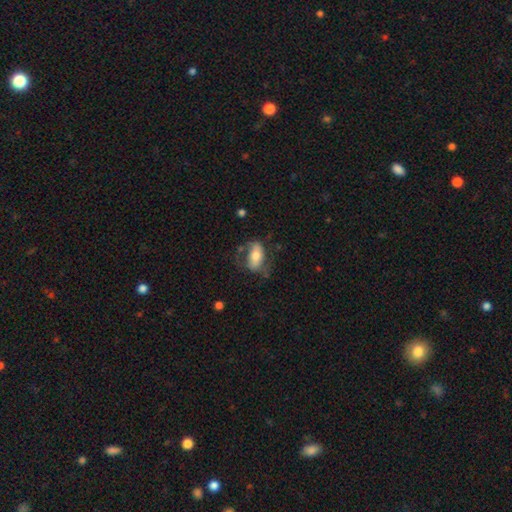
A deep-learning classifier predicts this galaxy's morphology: smooth_or_featured: smooth (p=0.57) [alt: featured or disk p=0.36]
how_rounded: in between (p=0.88) [alt: round p=0.06]
merging: none (p=0.52) [alt: minor disturbance p=0.26]